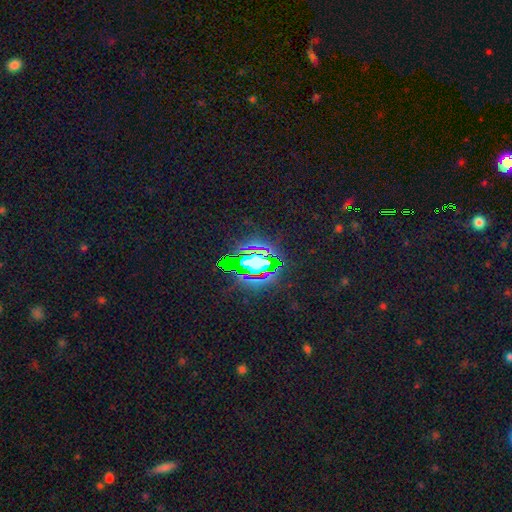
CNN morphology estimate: A star or artifact, not a galaxy (71%).

Vote fractions:
- Smooth or featured? star or artifact: 71% / smooth: 17% / featured or disk: 12%